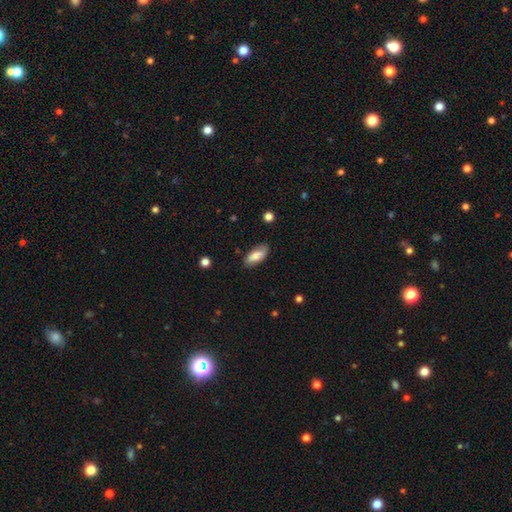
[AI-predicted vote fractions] Q: Smooth or featured?
A: smooth (76%); runner-up: featured or disk (17%)
Q: How rounded?
A: in between (86%); runner-up: cigar-shaped (11%)
Q: Merging?
A: none (80%); runner-up: minor disturbance (16%)